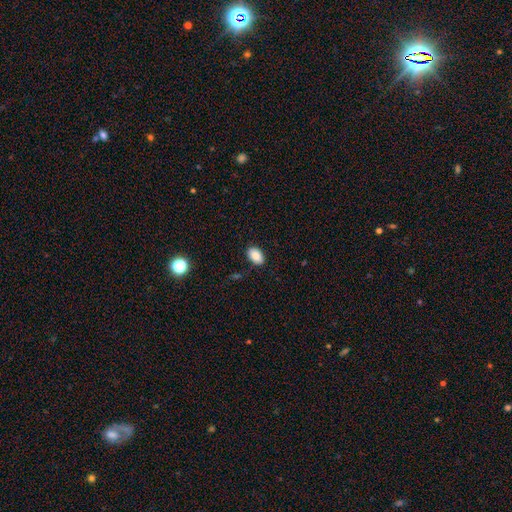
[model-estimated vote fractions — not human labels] smooth-or-featured: smooth: 86% | star or artifact: 8% | featured or disk: 6%
  how-rounded: in between: 89% | round: 10% | cigar-shaped: 1%
  merging: none: 85% | minor disturbance: 11% | major disturbance: 2% | merger: 2%